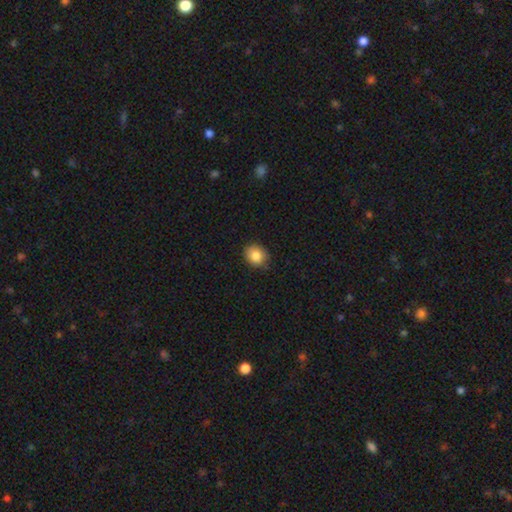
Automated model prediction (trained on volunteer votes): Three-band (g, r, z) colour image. It shows a smooth galaxy with no disk features (84%) that is round (71%). Merging: none (83%).